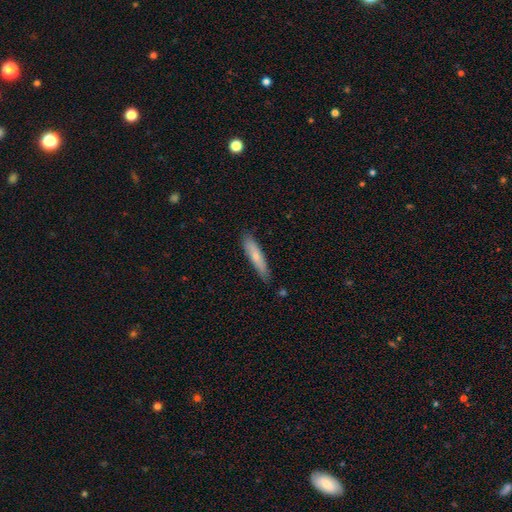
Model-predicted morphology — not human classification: Overall: smooth (68%). How rounded: cigar-shaped (86%). Merging: none (81%).